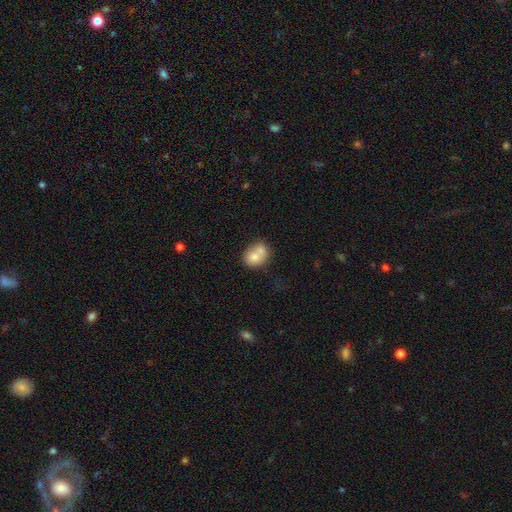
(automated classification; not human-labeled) A smooth galaxy with no disk features (73%) that is round (54%). Merging: merger (57%).